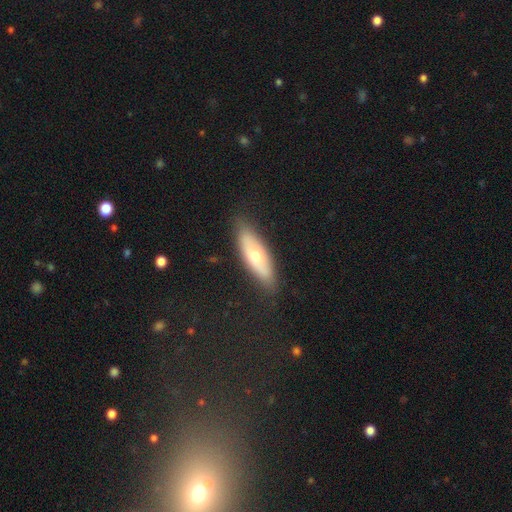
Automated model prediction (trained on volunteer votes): Smooth or featured?
  - smooth: 52% *
  - featured or disk: 40%
  - star or artifact: 7%
How rounded?
  - in between: 55% *
  - cigar-shaped: 42%
  - round: 3%
Merging?
  - none: 84% *
  - minor disturbance: 12%
  - major disturbance: 3%
  - merger: 1%